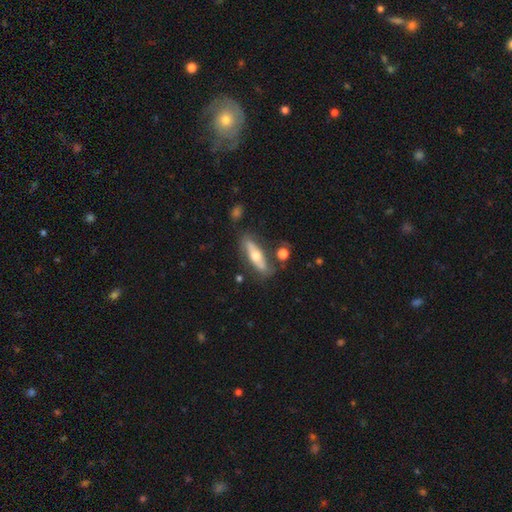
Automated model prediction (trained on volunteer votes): smooth_or_featured: featured or disk (p=0.49) [alt: smooth p=0.45]
merging: none (p=0.71) [alt: minor disturbance p=0.17]